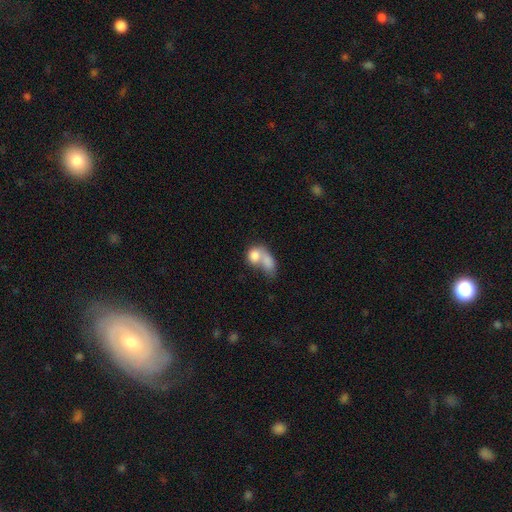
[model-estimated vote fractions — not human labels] This is likely a smooth galaxy (69%). How rounded: possibly in between (57%). Merging: likely merger (68%).